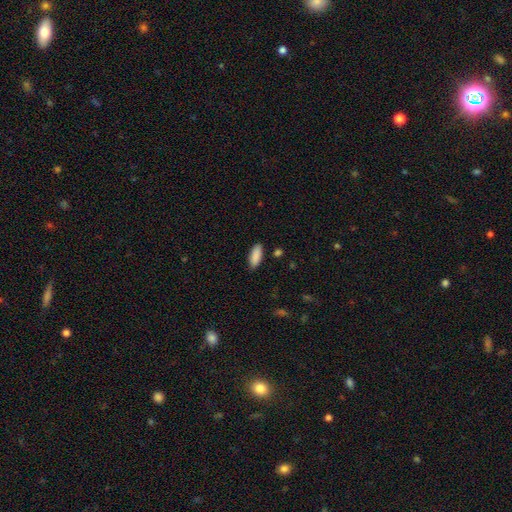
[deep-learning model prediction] Smooth or featured: smooth — 90% (star or artifact — 6%)
How rounded: in between — 75% (cigar-shaped — 23%)
Merging: none — 88% (minor disturbance — 9%)